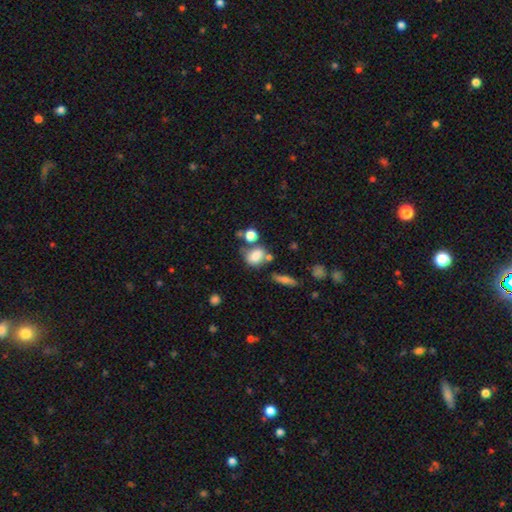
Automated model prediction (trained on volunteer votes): Overall: smooth (77%). How rounded: in between (57%; round 41%). Merging: none (48%; merger 23%).